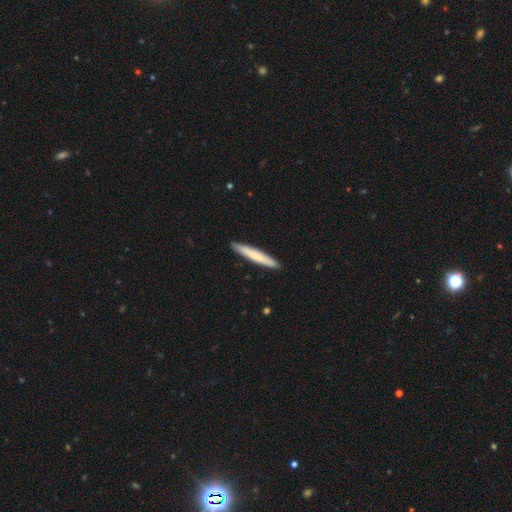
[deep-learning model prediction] This appears to be a smooth galaxy with no disk features (72%) that is cigar-shaped (95%). Merging: none (91%).